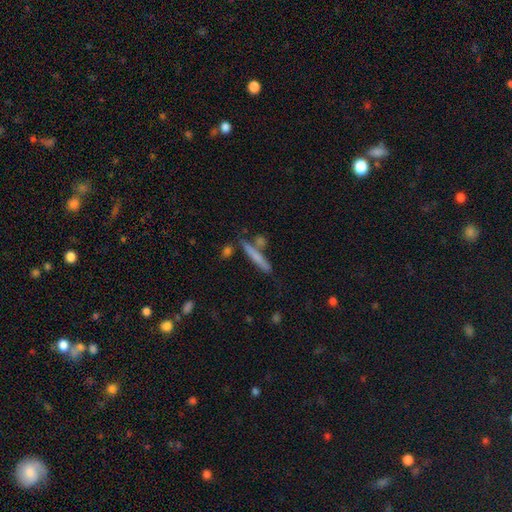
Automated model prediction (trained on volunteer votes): This is likely a smooth galaxy (63%). How rounded: clearly cigar-shaped (93%). Merging: likely none (74%).